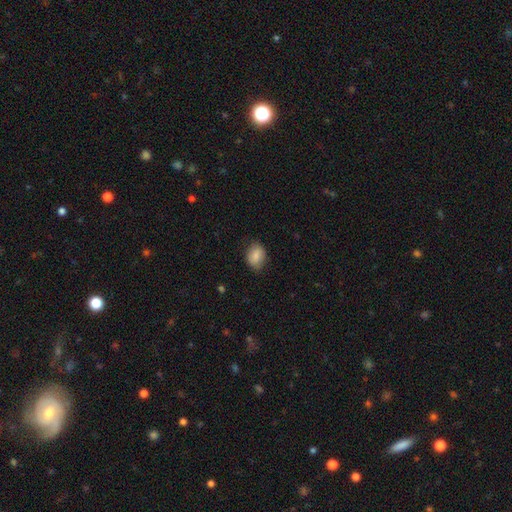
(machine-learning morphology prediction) The model was most divided on "how rounded": in between: 66%, round: 33%, cigar-shaped: 1%. More confident: smooth or featured — smooth (82%); merging — none (78%).